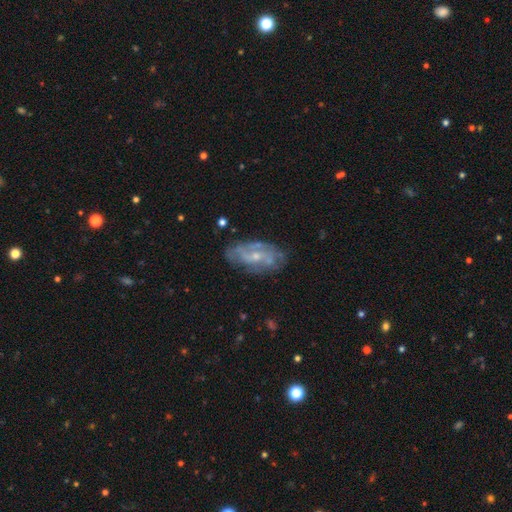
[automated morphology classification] Smooth or featured?
  - featured or disk: 71% *
  - smooth: 22%
  - star or artifact: 7%
Edge-on disk?
  - no: 93% *
  - yes: 7%
Bar?
  - no: 60% *
  - weak: 33%
  - strong: 7%
Spiral arms?
  - yes: 69% *
  - no: 31%
Bulge size?
  - small: 61% *
  - moderate: 33%
  - none: 4%
  - large: 1%
  - dominant: 1%
Merging?
  - none: 68% *
  - minor disturbance: 21%
  - major disturbance: 8%
  - merger: 3%